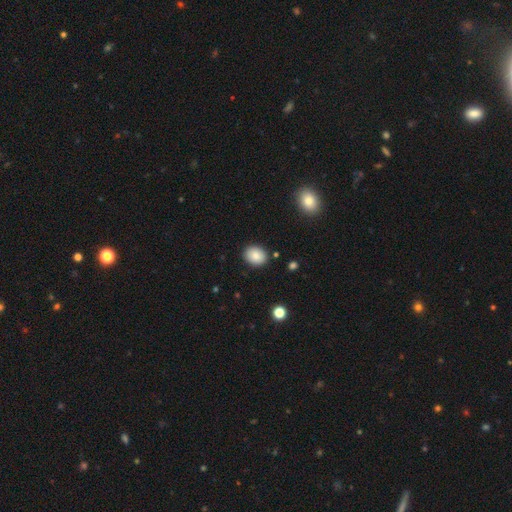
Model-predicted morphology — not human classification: This is clearly a smooth galaxy (85%). How rounded: possibly in between (51%). Merging: clearly none (88%).